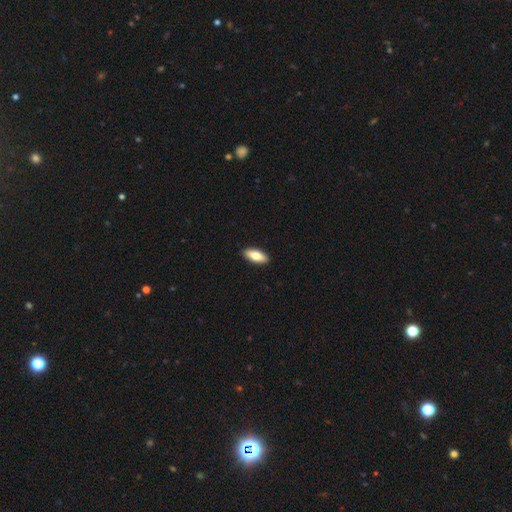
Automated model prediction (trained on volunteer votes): This appears to be a smooth galaxy with no disk features (75%) that is in between round and cigar-shaped (78%). Merging: none (91%).